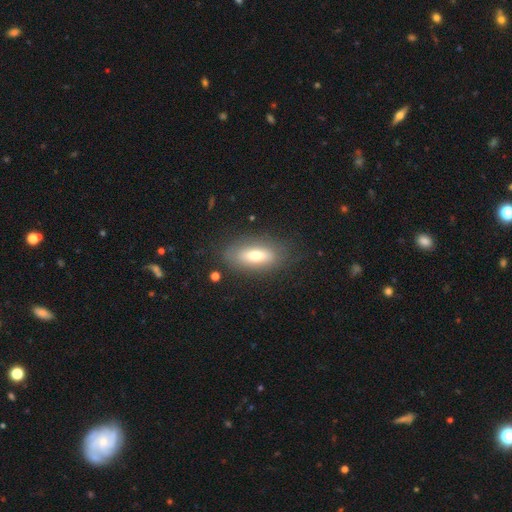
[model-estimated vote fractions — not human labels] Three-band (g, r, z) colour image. It shows a smooth galaxy with no disk features (63%) that is in between round and cigar-shaped (81%). Merging: none (80%).